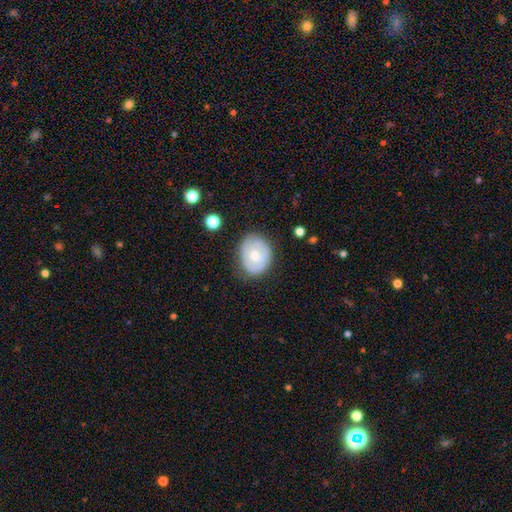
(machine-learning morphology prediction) The model was most divided on "how rounded": round: 55%, in between: 44%, cigar-shaped: 1%. More confident: merging — none (72%); smooth or featured — smooth (57%).